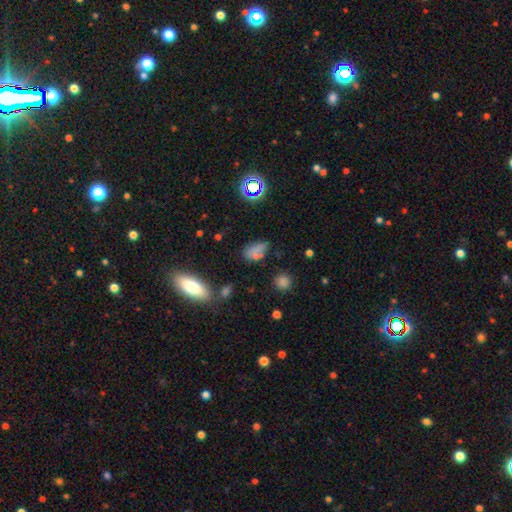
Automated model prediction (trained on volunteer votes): Q: Smooth or featured?
A: star or artifact (41%); tied with: smooth (41%)